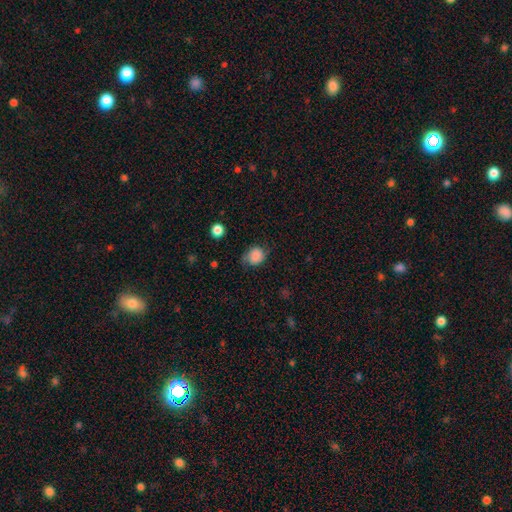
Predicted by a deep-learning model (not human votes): Morphology: type=smooth (77%); roundness=round (55%); merging=none (61%).